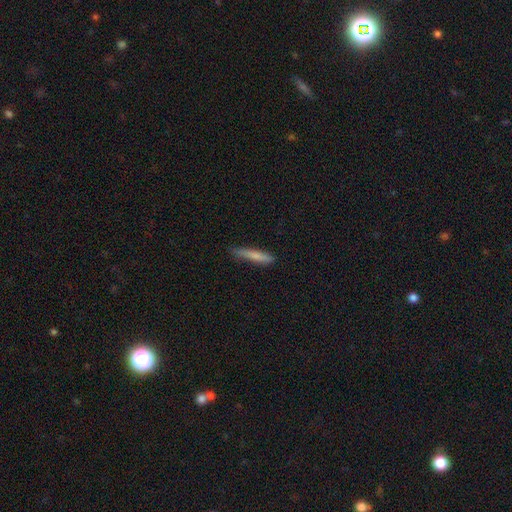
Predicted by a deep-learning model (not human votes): smooth-or-featured: smooth: 73% | featured or disk: 21% | star or artifact: 6%
  how-rounded: cigar-shaped: 90% | in between: 8% | round: 1%
  merging: none: 76% | minor disturbance: 19% | major disturbance: 3% | merger: 1%